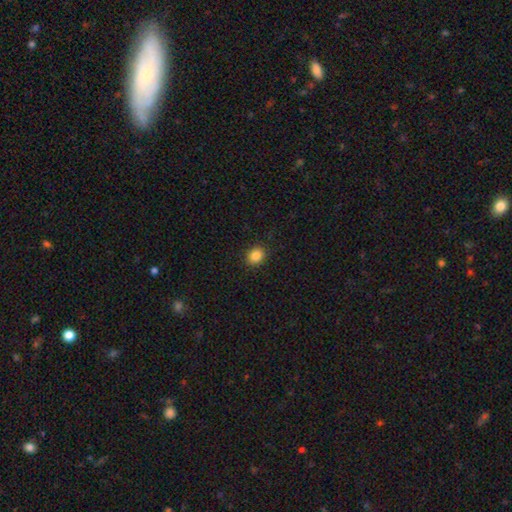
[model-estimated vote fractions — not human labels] A smooth galaxy with no disk features (85%) that is round (74%). Merging: none (91%).